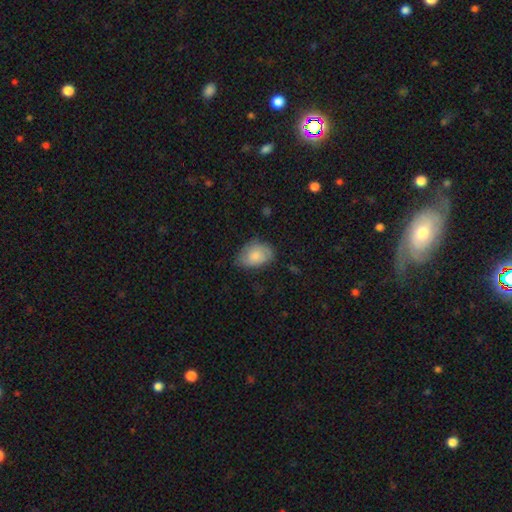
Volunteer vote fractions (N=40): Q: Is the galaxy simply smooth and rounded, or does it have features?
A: smooth — 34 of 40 (85%).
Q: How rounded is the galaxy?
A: in between — 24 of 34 (71%).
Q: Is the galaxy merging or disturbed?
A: none — 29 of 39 (74%).